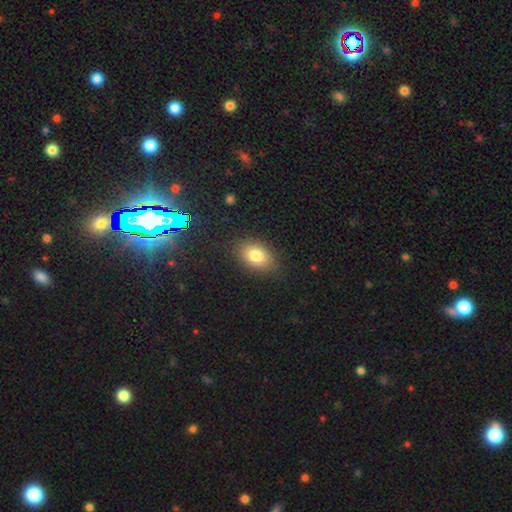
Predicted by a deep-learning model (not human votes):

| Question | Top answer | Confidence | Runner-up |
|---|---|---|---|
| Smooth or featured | smooth | 81% | featured or disk (10%) |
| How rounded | in between | 85% | round (14%) |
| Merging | none | 83% | minor disturbance (12%) |